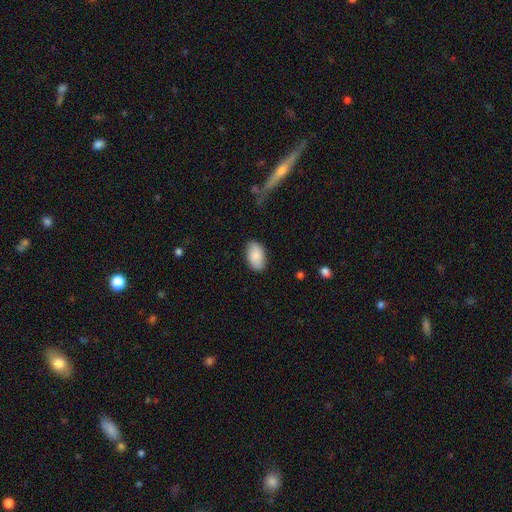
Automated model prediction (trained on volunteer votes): smooth-or-featured: smooth: 86% | featured or disk: 8% | star or artifact: 6%
  how-rounded: in between: 94% | round: 5% | cigar-shaped: 1%
  merging: none: 85% | minor disturbance: 11% | major disturbance: 3% | merger: 1%